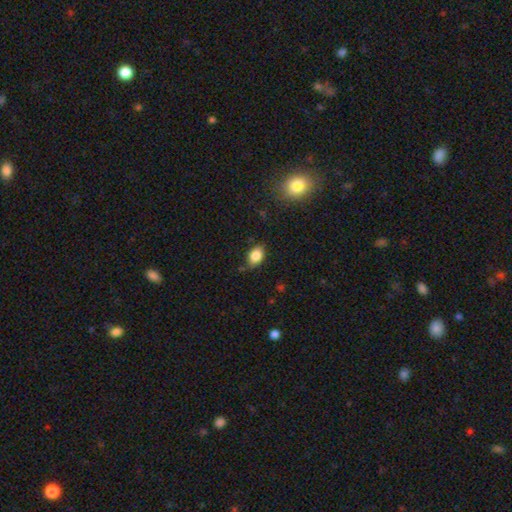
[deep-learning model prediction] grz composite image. It shows a smooth galaxy with no disk features (84%) that is in between round and cigar-shaped (83%). Merging: none (75%).